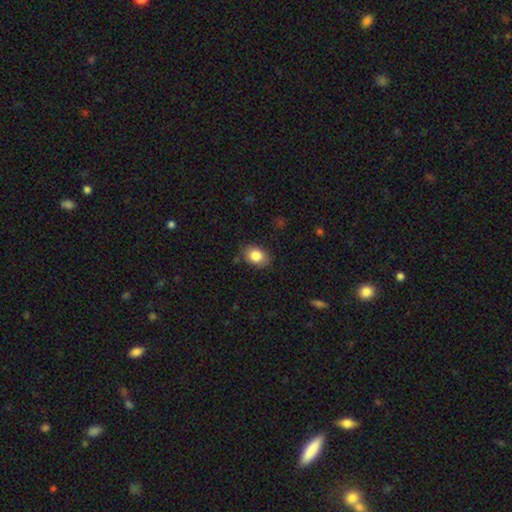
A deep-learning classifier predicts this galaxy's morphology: Q: Smooth or featured?
A: smooth (84%); runner-up: star or artifact (8%)
Q: How rounded?
A: in between (73%); runner-up: round (26%)
Q: Merging?
A: none (83%); runner-up: minor disturbance (13%)